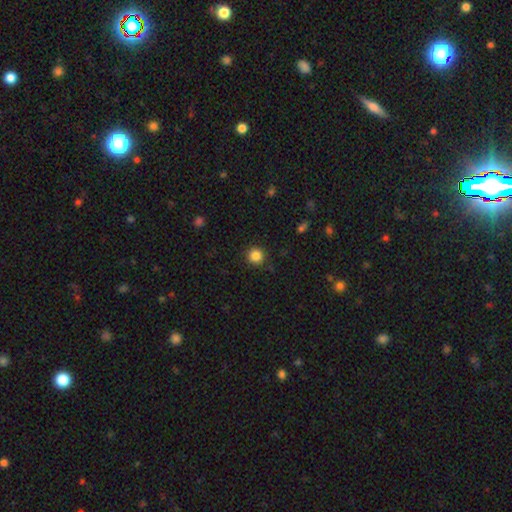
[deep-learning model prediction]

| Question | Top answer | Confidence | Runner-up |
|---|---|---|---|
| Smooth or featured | smooth | 85% | star or artifact (11%) |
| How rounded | round | 94% | in between (5%) |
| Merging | none | 90% | minor disturbance (6%) |